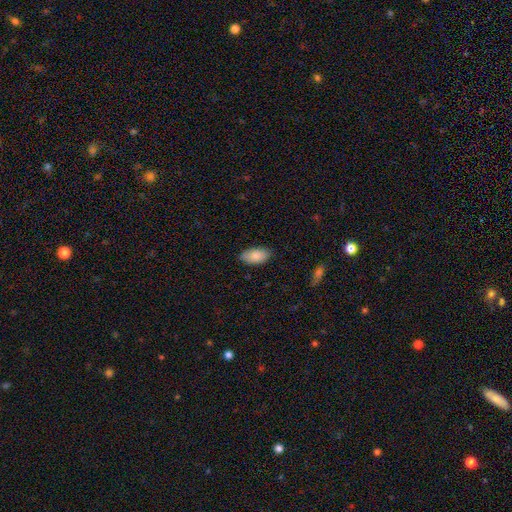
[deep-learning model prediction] Smooth or featured?
  - smooth: 86% *
  - featured or disk: 8%
  - star or artifact: 6%
How rounded?
  - in between: 94% *
  - cigar-shaped: 3%
  - round: 3%
Merging?
  - none: 83% *
  - minor disturbance: 14%
  - major disturbance: 2%
  - merger: 1%